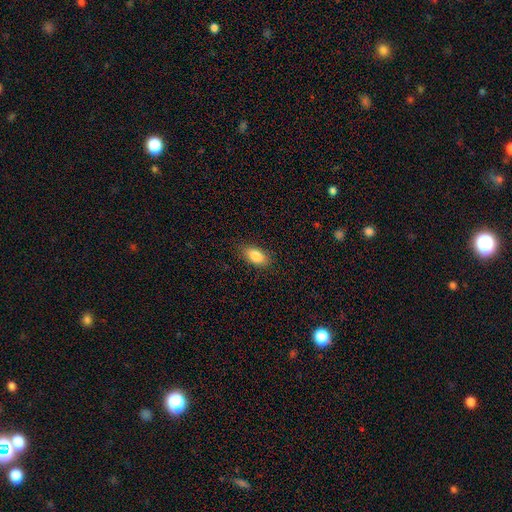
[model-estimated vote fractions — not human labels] Morphology: type=smooth (86%); roundness=in between (92%); merging=none (86%).